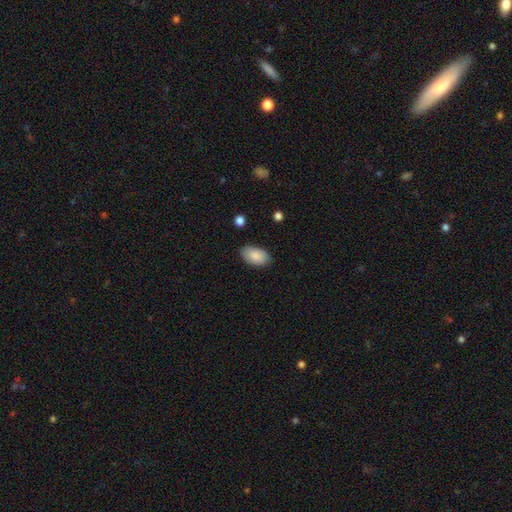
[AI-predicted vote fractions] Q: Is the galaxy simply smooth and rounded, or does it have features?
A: smooth — 85%.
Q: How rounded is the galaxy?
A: in between — 94%.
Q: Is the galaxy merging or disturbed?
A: none — 84%.